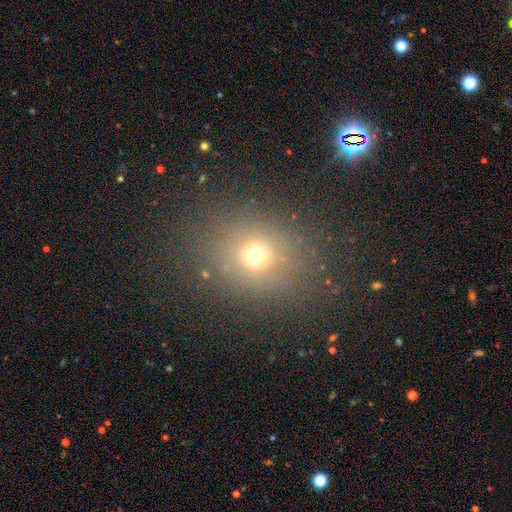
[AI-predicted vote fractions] smooth_or_featured: smooth (p=0.66) [alt: star or artifact p=0.22]
how_rounded: round (p=0.67) [alt: in between p=0.31]
merging: none (p=0.79) [alt: minor disturbance p=0.12]